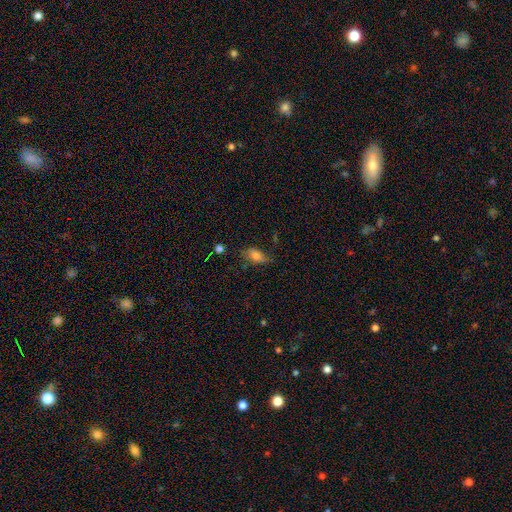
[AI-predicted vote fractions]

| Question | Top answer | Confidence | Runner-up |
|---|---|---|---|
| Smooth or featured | smooth | 76% | featured or disk (14%) |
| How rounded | in between | 86% | round (7%) |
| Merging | none | 65% | minor disturbance (25%) |